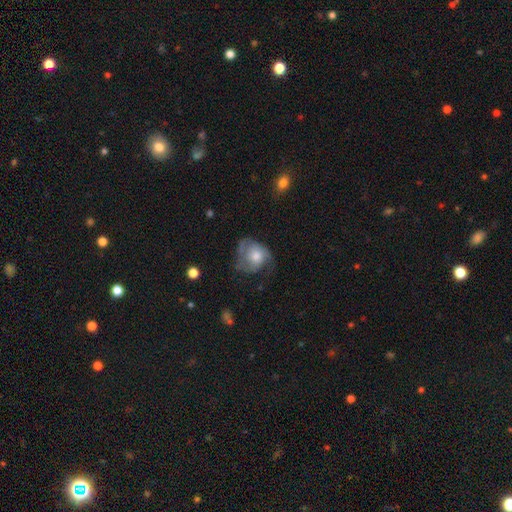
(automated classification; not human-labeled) Q: Smooth or featured?
A: featured or disk (51%); runner-up: smooth (42%)
Q: Edge-on disk?
A: no (97%); runner-up: yes (3%)
Q: Merging?
A: none (43%); runner-up: minor disturbance (28%)